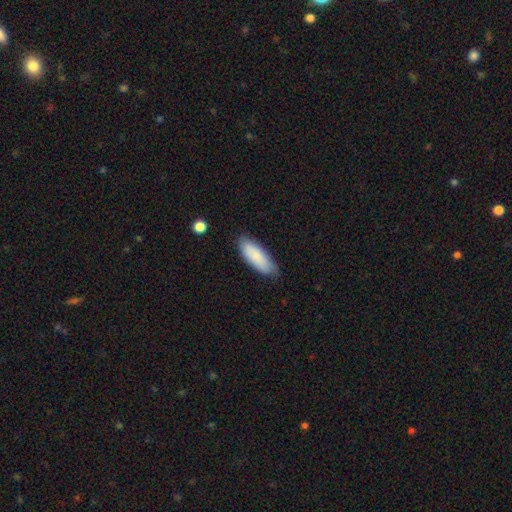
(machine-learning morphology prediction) Smooth or featured: smooth — 85% (featured or disk — 9%)
How rounded: in between — 68% (cigar-shaped — 30%)
Merging: none — 75% (minor disturbance — 20%)